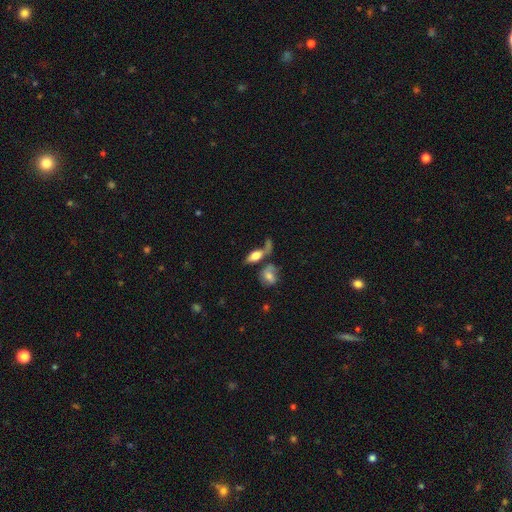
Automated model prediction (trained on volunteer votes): Smooth or featured? Predicted: smooth (p=0.62). How rounded? Predicted: in between (p=0.77). Merging? Predicted: none (p=0.35).